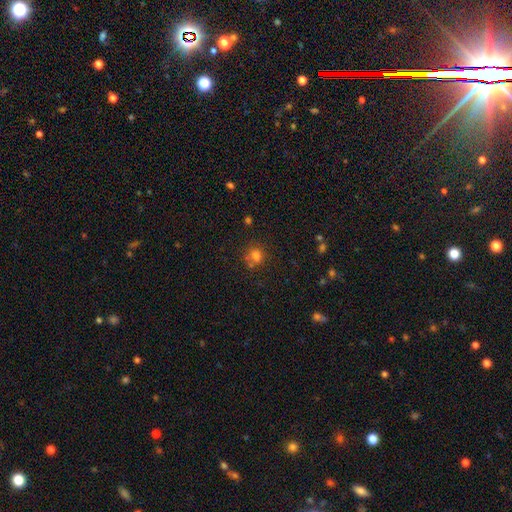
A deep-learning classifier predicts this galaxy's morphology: Q: Smooth or featured?
A: smooth (74%); runner-up: star or artifact (17%)
Q: How rounded?
A: round (73%); runner-up: in between (26%)
Q: Merging?
A: none (59%); runner-up: merger (21%)